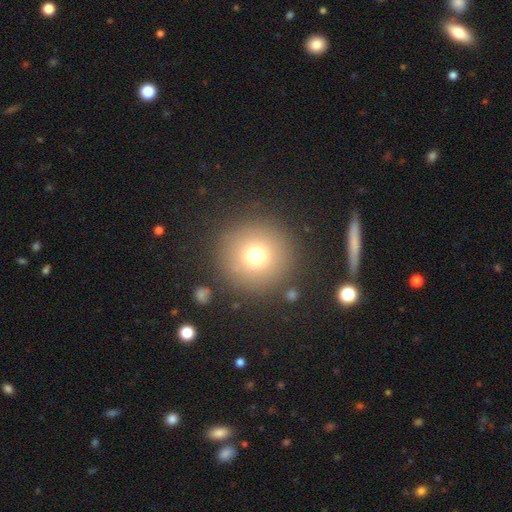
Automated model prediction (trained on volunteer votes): Smooth or featured: smooth — 73% (star or artifact — 16%)
How rounded: round — 96% (in between — 3%)
Merging: none — 87% (minor disturbance — 7%)